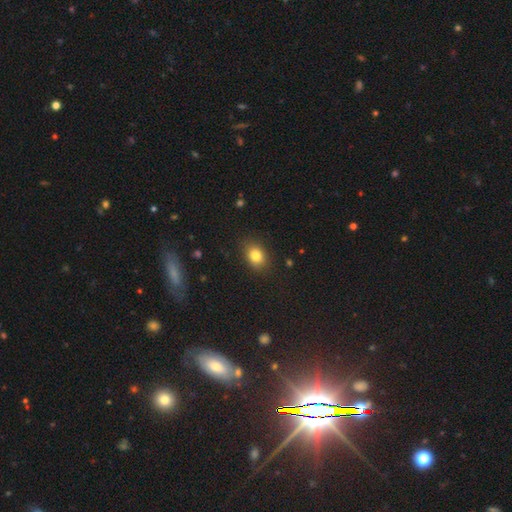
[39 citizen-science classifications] Overall: smooth (79%). How rounded: in between (74%). Merging: none (86%).